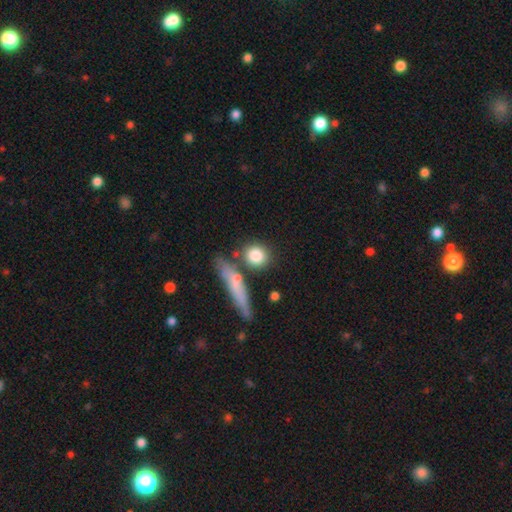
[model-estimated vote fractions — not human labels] This is clearly a smooth galaxy (80%). How rounded: likely round (73%). Merging: likely none (70%).